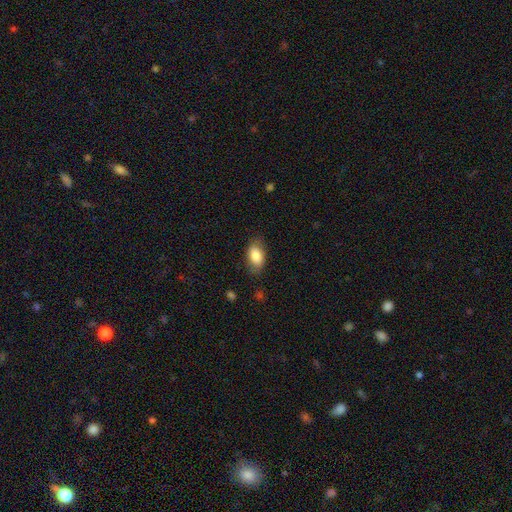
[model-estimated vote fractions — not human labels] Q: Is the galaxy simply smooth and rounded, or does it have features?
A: smooth — 84%.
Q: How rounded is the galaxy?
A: in between — 91%.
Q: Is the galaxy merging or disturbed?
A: none — 76%.